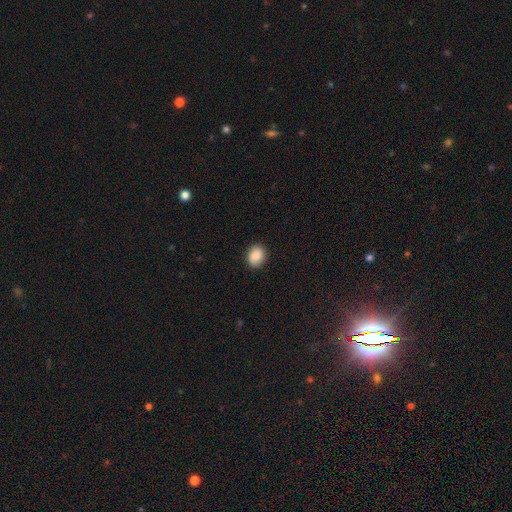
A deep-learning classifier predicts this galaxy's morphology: This is clearly a smooth galaxy (89%). How rounded: possibly in between (53%). Merging: clearly none (87%).